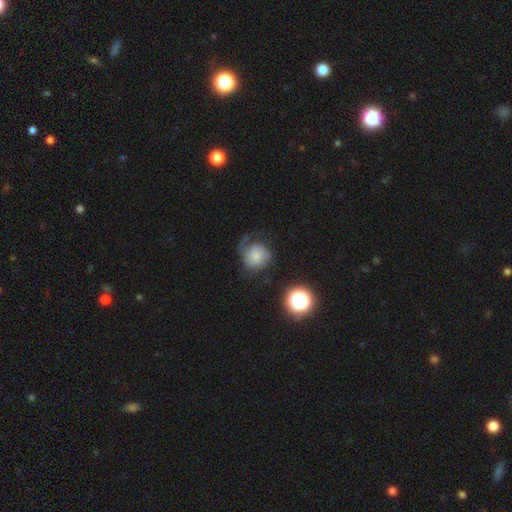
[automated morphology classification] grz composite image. It shows a featured or disk galaxy (50%). Merging: none (51%).